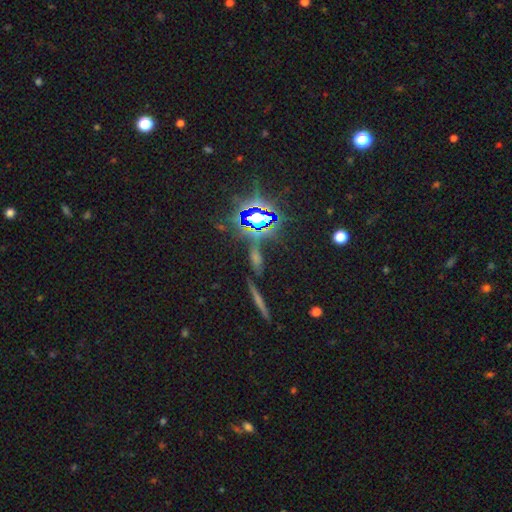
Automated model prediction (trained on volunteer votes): Smooth or featured: star or artifact — 62% (smooth — 20%)